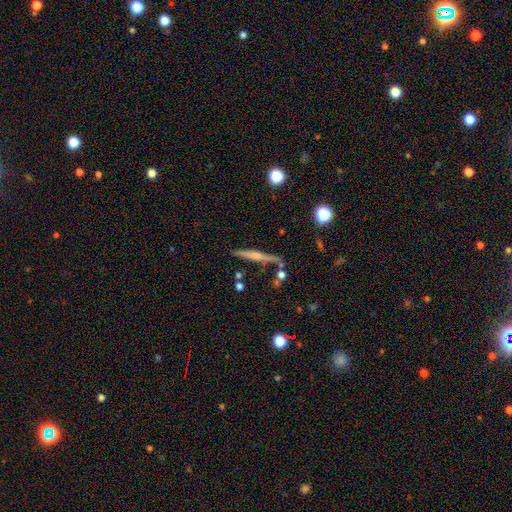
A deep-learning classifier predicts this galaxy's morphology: Overall: featured or disk (55%; smooth 37%). Edge-on disk: yes (96%). Edge-on bulge: rounded (49%; none 36%). Merging: none (78%).